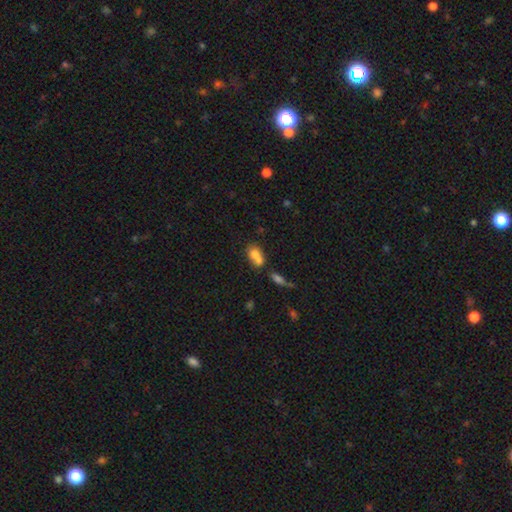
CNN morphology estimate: smooth-or-featured: smooth: 72% | featured or disk: 18% | star or artifact: 10%
  how-rounded: in between: 56% | round: 41% | cigar-shaped: 3%
  merging: merger: 65% | none: 23% | minor disturbance: 8% | major disturbance: 4%